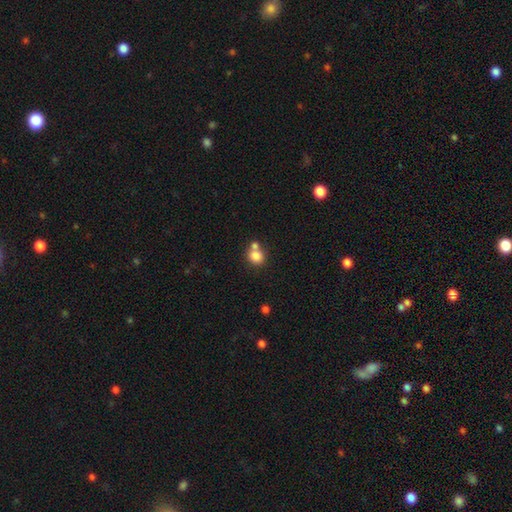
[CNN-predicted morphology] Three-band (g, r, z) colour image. It shows a smooth galaxy with no disk features (82%) that is round (80%). Merging: none (51%).